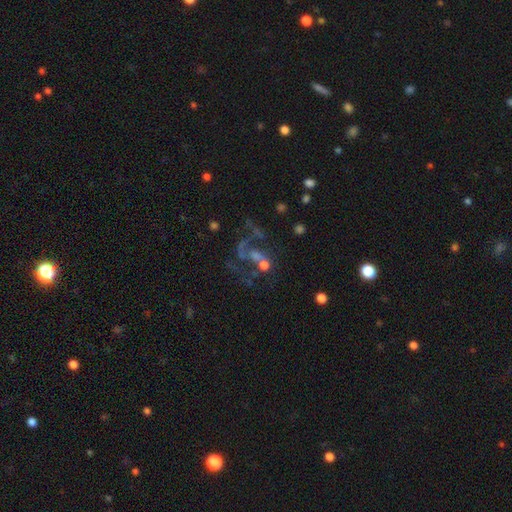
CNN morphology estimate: smooth-or-featured: featured or disk: 60% | star or artifact: 23% | smooth: 16%
  disk-edge-on: no: 97% | yes: 3%
    bar: no: 76% | weak: 18% | strong: 6%
    has-spiral-arms: yes: 53% | no: 47%
    bulge-size: none: 35% | small: 30% | moderate: 27% | large: 6% | dominant: 3%
  merging: none: 32% (tied) | major disturbance: 32% (tied) | merger: 24% | minor disturbance: 12%